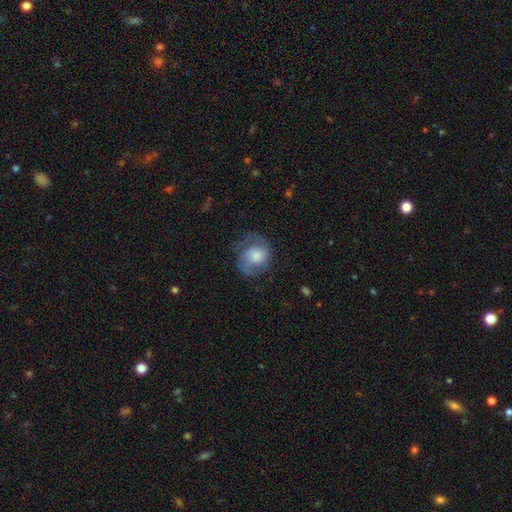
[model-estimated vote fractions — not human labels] Smooth or featured: smooth — 47% (featured or disk — 46%)
Merging: none — 53% (minor disturbance — 25%)